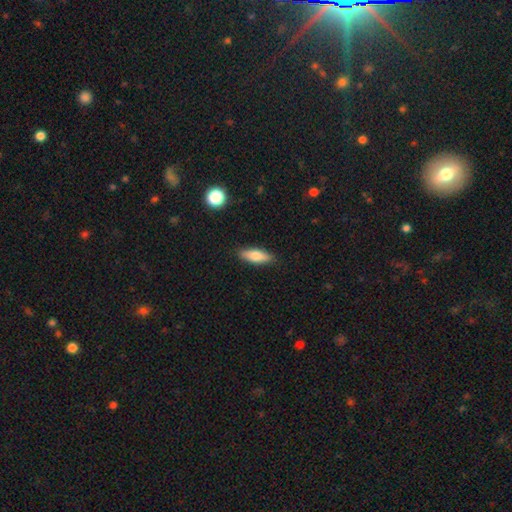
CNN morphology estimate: smooth_or_featured: smooth (p=0.74) [alt: featured or disk p=0.19]
how_rounded: in between (p=0.56) [alt: cigar-shaped p=0.42]
merging: none (p=0.87) [alt: minor disturbance p=0.10]